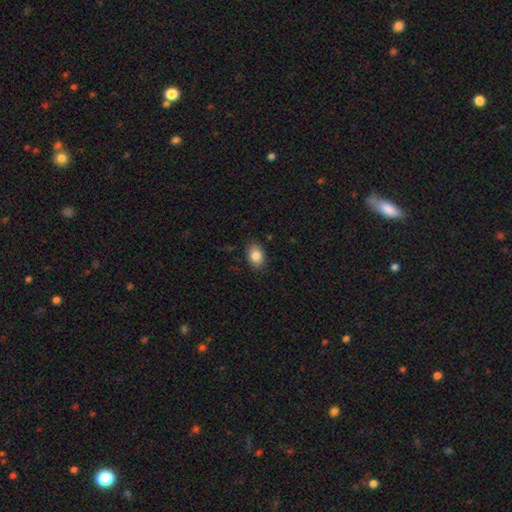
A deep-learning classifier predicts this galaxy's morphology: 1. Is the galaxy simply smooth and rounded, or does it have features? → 85% smooth, 8% star or artifact, 7% featured or disk.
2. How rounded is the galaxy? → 77% in between, 22% round, 1% cigar-shaped.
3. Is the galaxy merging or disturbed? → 84% none, 12% minor disturbance, 3% major disturbance, 1% merger.